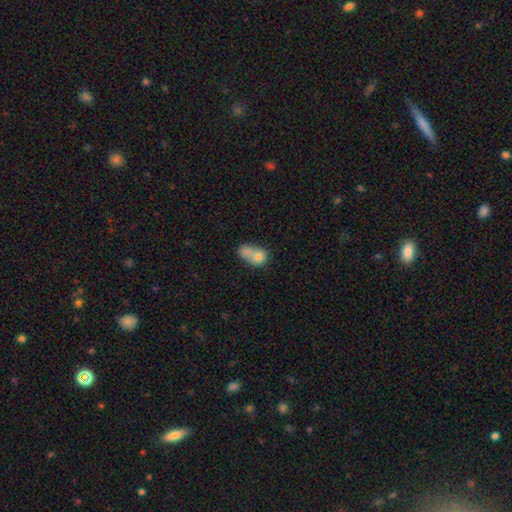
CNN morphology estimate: Smooth or featured? Predicted: smooth (p=0.71). How rounded? Predicted: in between (p=0.64). Merging? Predicted: merger (p=0.55).